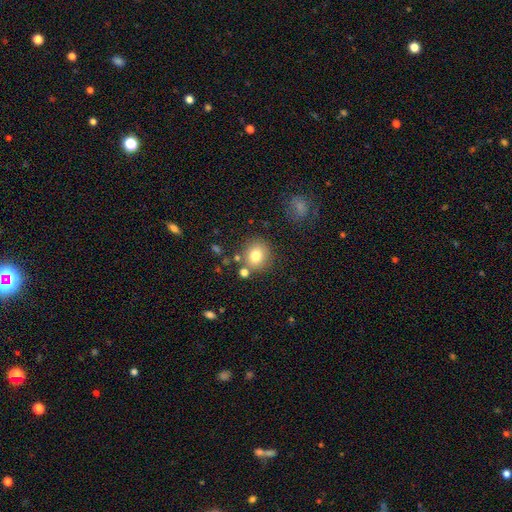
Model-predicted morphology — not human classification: The model was most divided on "how rounded": round: 80%, in between: 19%, cigar-shaped: 1%. More confident: smooth or featured — smooth (78%); merging — none (76%).